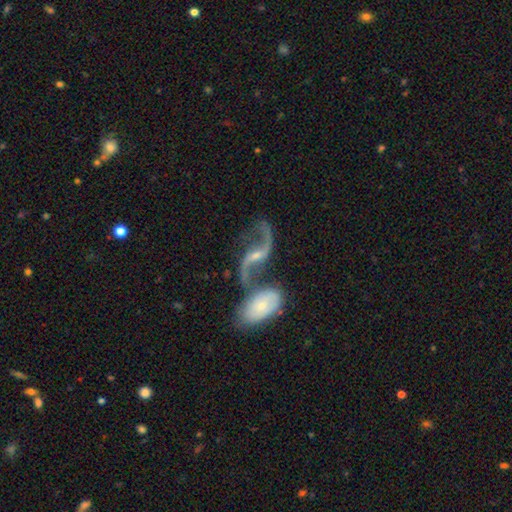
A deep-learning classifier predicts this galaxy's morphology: smooth_or_featured: featured or disk (p=0.88) [alt: star or artifact p=0.06]
disk_edge_on: no (p=0.95) [alt: yes p=0.05]
bar: no (p=0.41) [alt: weak p=0.37]
has_spiral_arms: yes (p=0.95) [alt: no p=0.05]
spiral_winding: loose (p=0.79) [alt: medium p=0.17]
spiral_arm_count: 2 (p=0.92) [alt: 1 p=0.03]
bulge_size: small (p=0.63) [alt: moderate p=0.29]
merging: merger (p=0.42) [alt: none p=0.37]